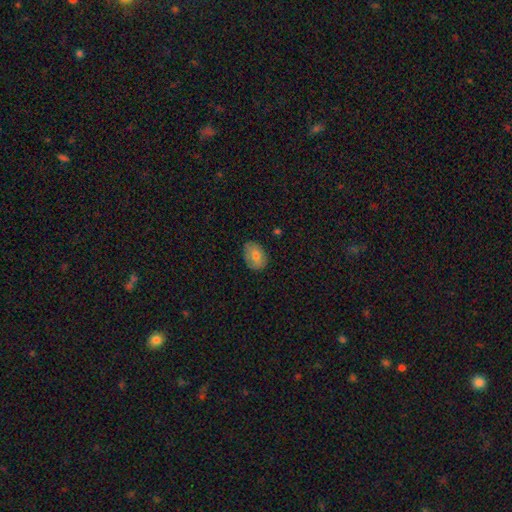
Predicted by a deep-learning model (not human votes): Overall: smooth (77%). How rounded: in between (77%). Merging: none (81%).